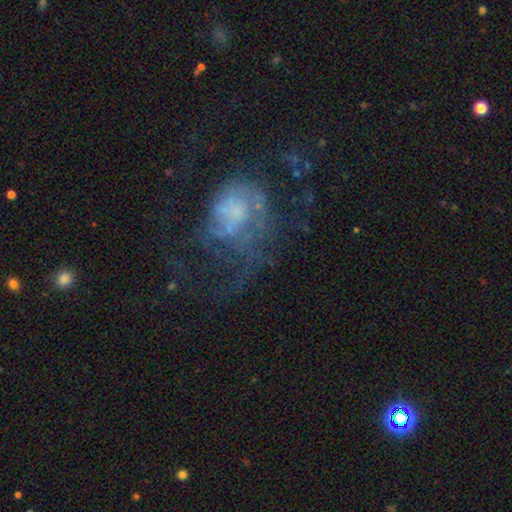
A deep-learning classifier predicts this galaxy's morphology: A featured or disk galaxy (59%) with no bar (81%), spiral arms (50%, tied with no) and no central bulge (36%). Merging: major disturbance (44%).